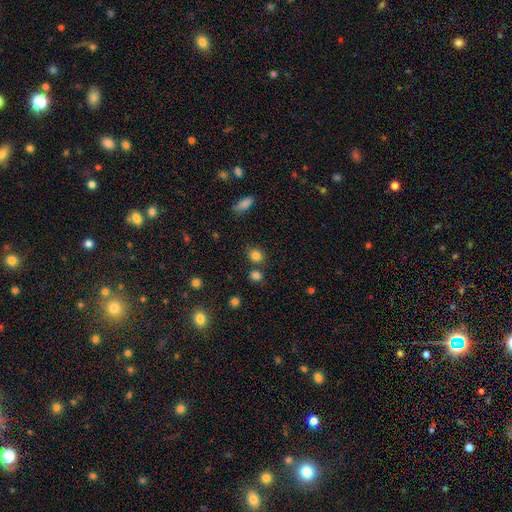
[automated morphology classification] Smooth or featured? Predicted: smooth (p=0.83). How rounded? Predicted: round (p=0.63). Merging? Predicted: none (p=0.73).